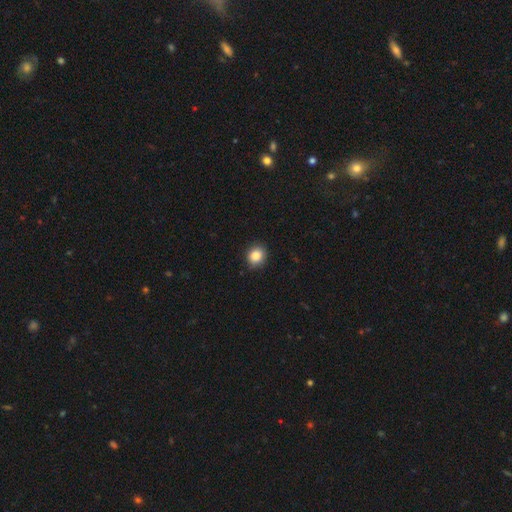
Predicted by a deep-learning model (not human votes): This appears to be a smooth galaxy with no disk features (84%) that is round (78%). Merging: none (89%).